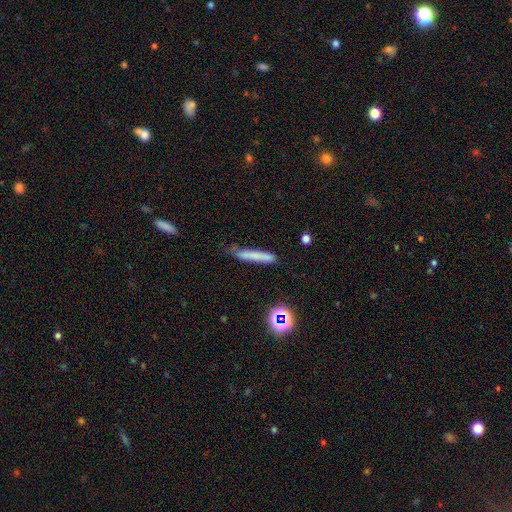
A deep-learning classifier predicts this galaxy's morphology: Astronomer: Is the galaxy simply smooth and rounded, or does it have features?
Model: smooth — 69%.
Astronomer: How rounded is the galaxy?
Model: cigar-shaped — 92%.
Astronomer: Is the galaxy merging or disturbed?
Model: none — 63%.